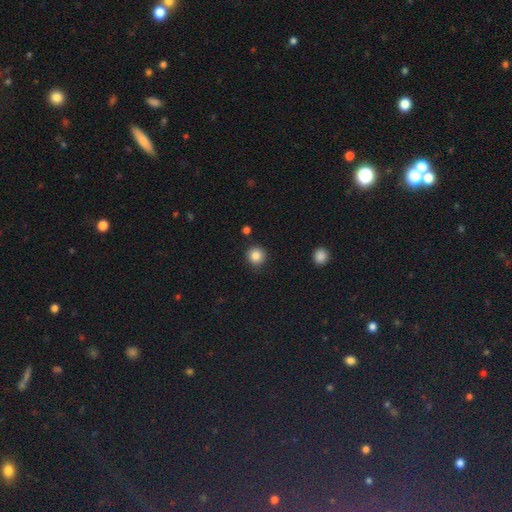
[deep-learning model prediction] This is clearly a smooth galaxy (85%). How rounded: clearly round (93%). Merging: clearly none (89%).